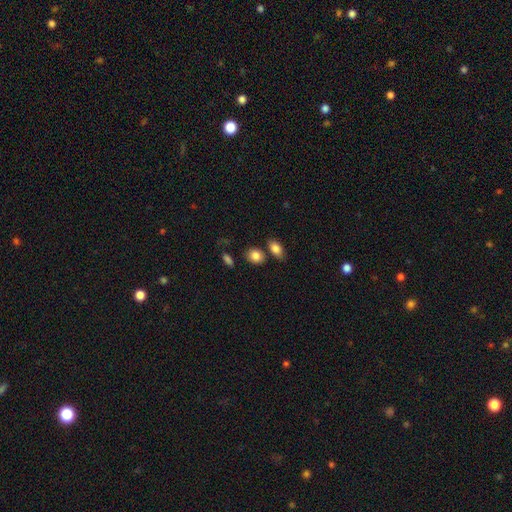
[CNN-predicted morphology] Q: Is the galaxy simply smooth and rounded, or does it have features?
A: smooth — 85%.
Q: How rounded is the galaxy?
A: in between — 52%.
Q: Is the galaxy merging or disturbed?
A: none — 71%.